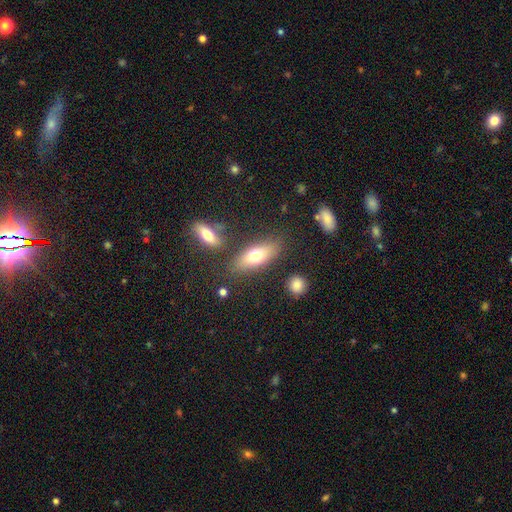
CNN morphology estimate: type=smooth (69%); roundness=in between (71%); merging=none (77%).